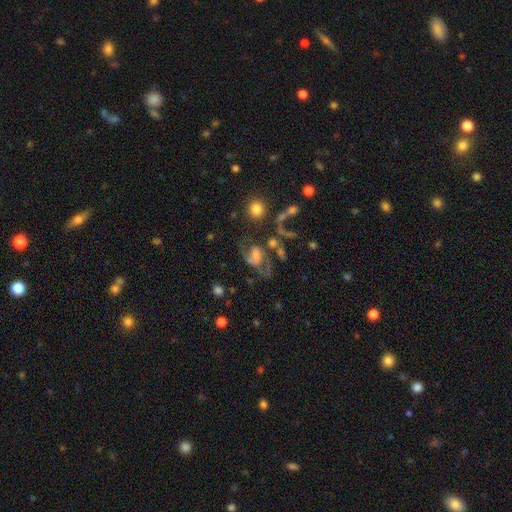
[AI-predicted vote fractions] Morphology: type=featured or disk (70%); edge-on=no (97%); bar=no (50%); spiral arms=yes (84%); winding=medium (44%); arm count=2 (74%); bulge=none (31%); merging=none (38%).